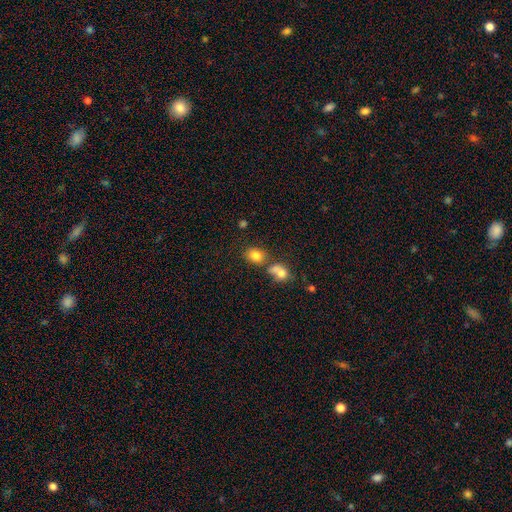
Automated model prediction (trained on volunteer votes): smooth_or_featured: smooth (p=0.80) [alt: star or artifact p=0.11]
how_rounded: round (p=0.51) [alt: in between p=0.48]
merging: none (p=0.58) [alt: merger p=0.26]